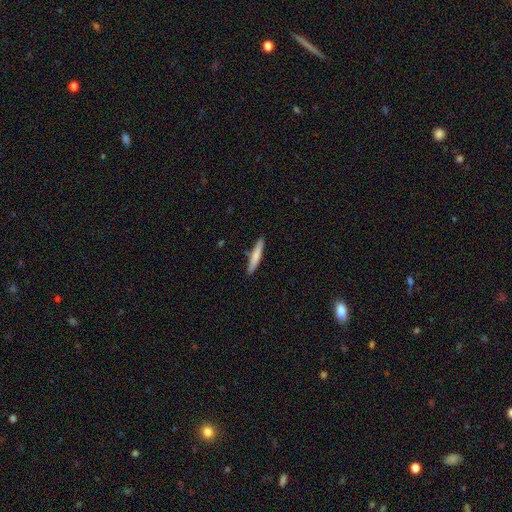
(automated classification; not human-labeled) A smooth galaxy with no disk features (74%) that is cigar-shaped (92%). Merging: none (87%).